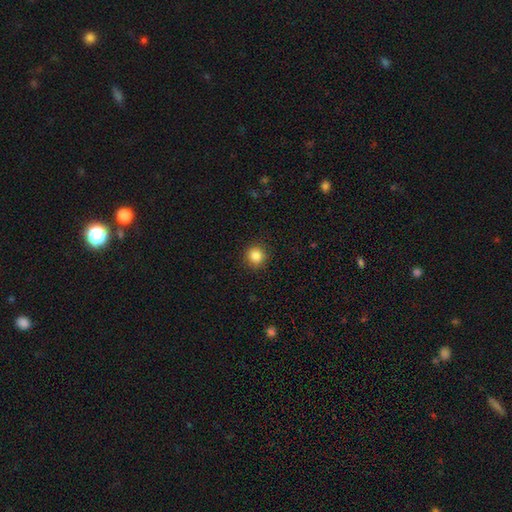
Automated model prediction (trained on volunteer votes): This appears to be a smooth galaxy with no disk features (85%) that is round (92%). Merging: none (90%).